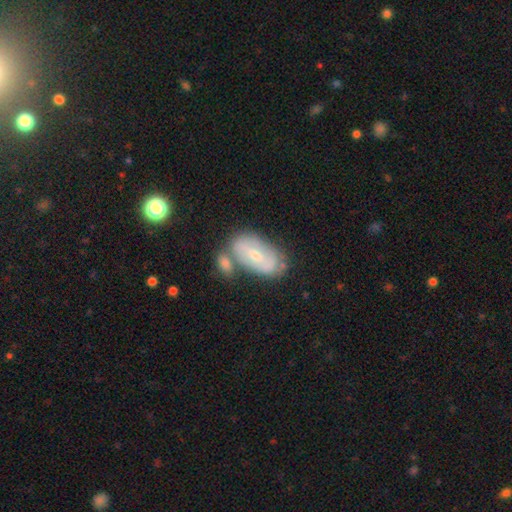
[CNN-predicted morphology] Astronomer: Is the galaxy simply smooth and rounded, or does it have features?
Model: featured or disk — 56% (runner-up: smooth, 37%).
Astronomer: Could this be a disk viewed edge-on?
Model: no — 91%.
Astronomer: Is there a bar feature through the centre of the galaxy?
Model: weak — 40% (runner-up: no, 38%).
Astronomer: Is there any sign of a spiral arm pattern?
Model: yes — 54% (runner-up: no, 46%).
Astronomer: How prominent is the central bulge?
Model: small — 53% (runner-up: moderate, 43%).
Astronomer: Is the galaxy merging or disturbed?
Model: none — 50% (runner-up: merger, 27%).